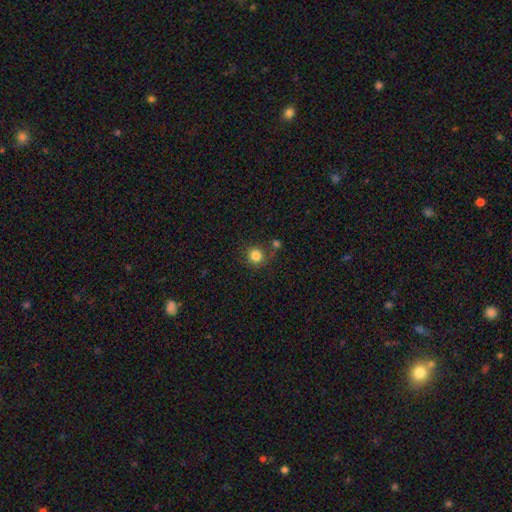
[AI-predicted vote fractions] smooth 83%, star or artifact 11%, featured or disk 5%. Down the decision tree: how rounded — round (91%); merging — none (74%).